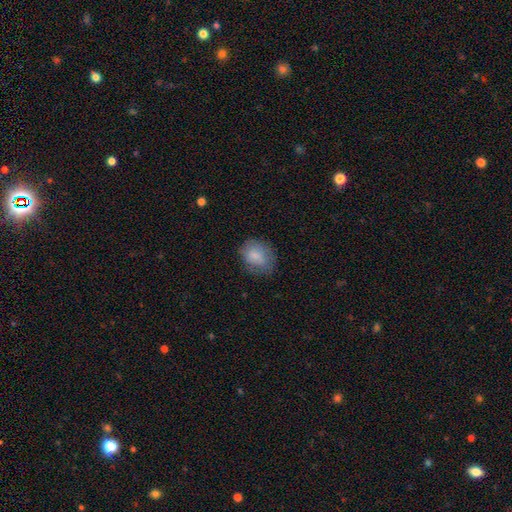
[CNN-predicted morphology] smooth_or_featured: smooth (p=0.80) [alt: featured or disk p=0.12]
how_rounded: in between (p=0.58) [alt: round p=0.41]
merging: none (p=0.67) [alt: minor disturbance p=0.23]